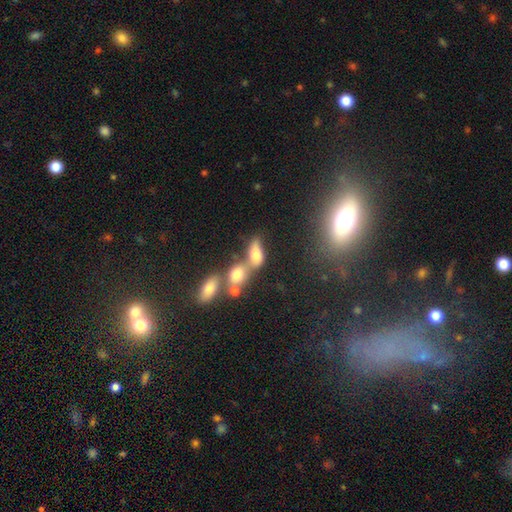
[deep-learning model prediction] Smooth or featured? smooth (69%)
How rounded? in between (77%)
Merging? merger (57%)